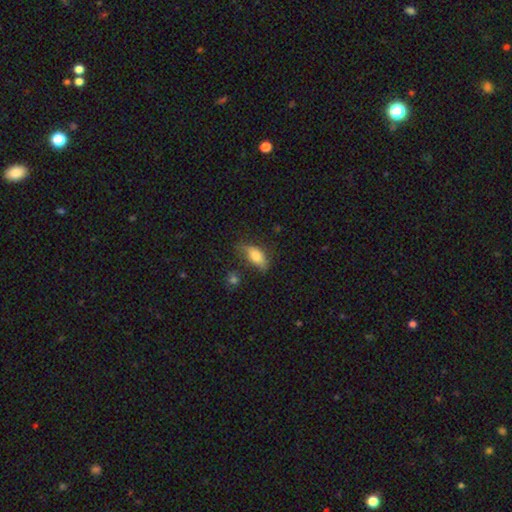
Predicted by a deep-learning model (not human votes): The model was most divided on "merging": none: 54%, minor disturbance: 31%, major disturbance: 11%, merger: 4%. More confident: how rounded — in between (83%); smooth or featured — smooth (77%).